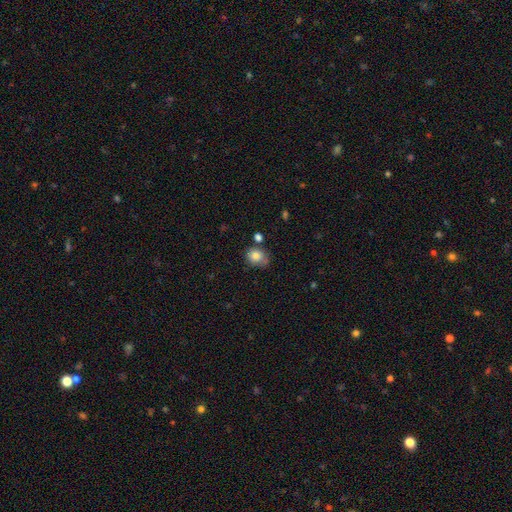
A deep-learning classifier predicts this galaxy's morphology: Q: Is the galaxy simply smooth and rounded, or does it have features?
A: smooth — 81%.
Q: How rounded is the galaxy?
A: round — 55%.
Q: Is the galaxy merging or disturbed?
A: none — 60%.